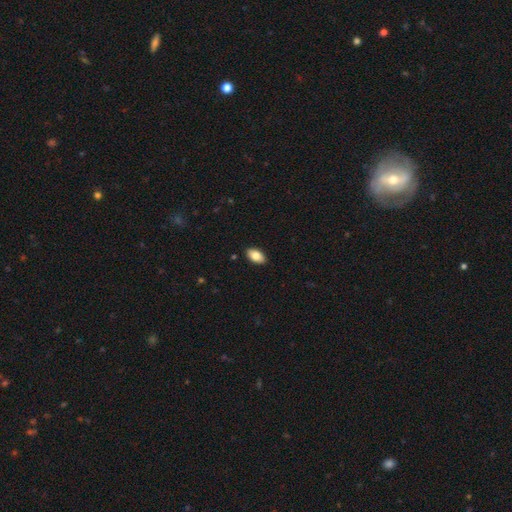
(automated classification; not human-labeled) Smooth or featured? Predicted: smooth (p=0.84). How rounded? Predicted: in between (p=0.94). Merging? Predicted: none (p=0.90).